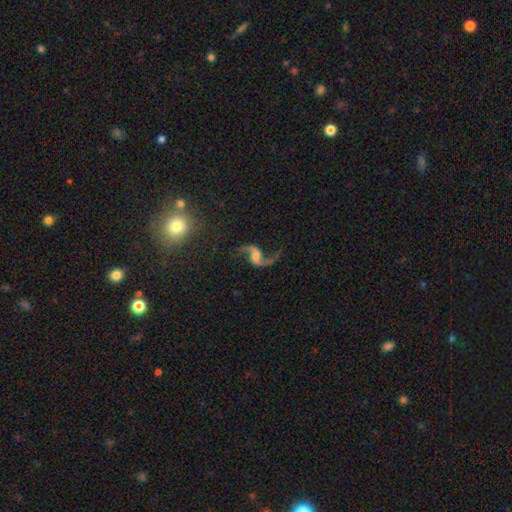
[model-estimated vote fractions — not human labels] Smooth or featured? featured or disk (90%)
Edge-on disk? no (97%)
Bar? no (45%)
Spiral arms? yes (97%)
Spiral winding? loose (88%)
Spiral arm count? 2 (94%)
Bulge size? moderate (39%)
Merging? none (76%)